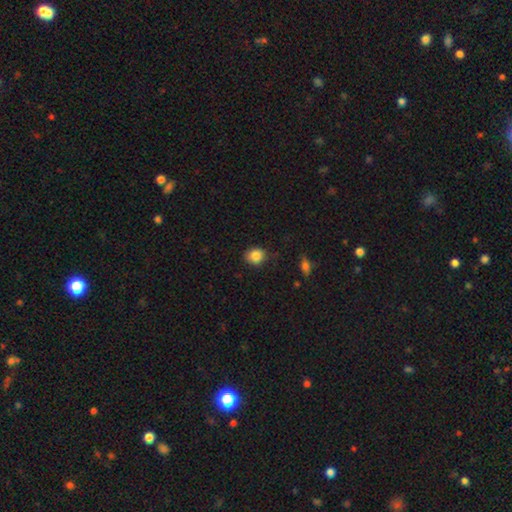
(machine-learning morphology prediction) Smooth or featured: smooth — 86% (star or artifact — 9%)
How rounded: round — 70% (in between — 29%)
Merging: none — 81% (minor disturbance — 15%)